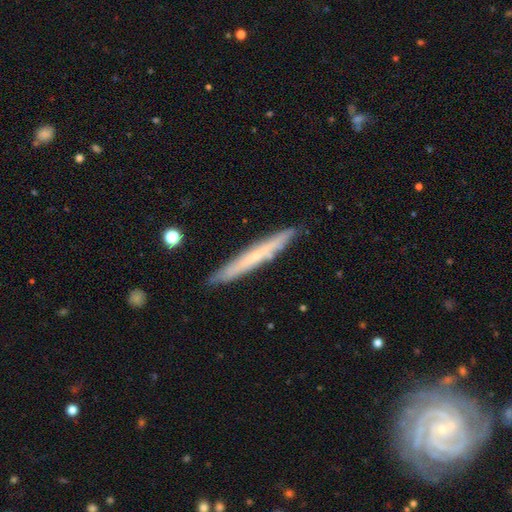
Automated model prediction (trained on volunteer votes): Smooth or featured? Predicted: featured or disk (p=0.51). Edge-on disk? Predicted: yes (p=0.91). Merging? Predicted: none (p=0.88).